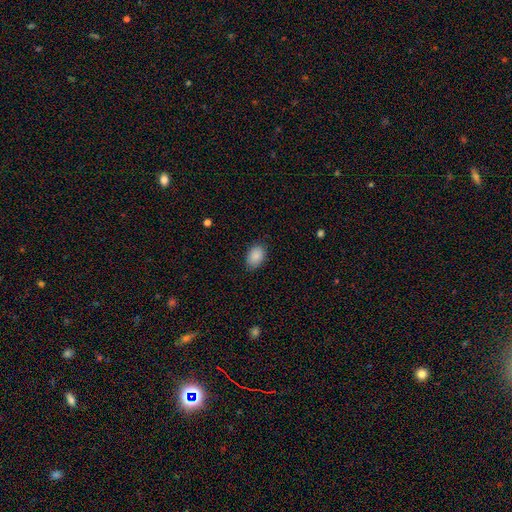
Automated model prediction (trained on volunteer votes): This is clearly a smooth galaxy (89%). How rounded: clearly in between (84%). Merging: clearly none (83%).